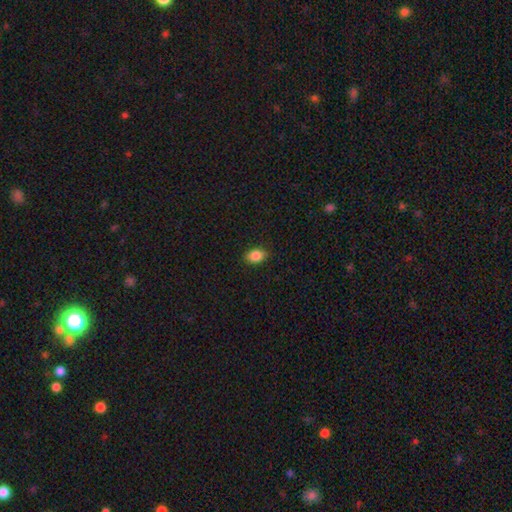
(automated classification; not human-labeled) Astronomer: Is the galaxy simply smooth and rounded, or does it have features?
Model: smooth — 86%.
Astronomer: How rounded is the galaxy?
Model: in between — 80%.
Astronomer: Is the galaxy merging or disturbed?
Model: none — 88%.